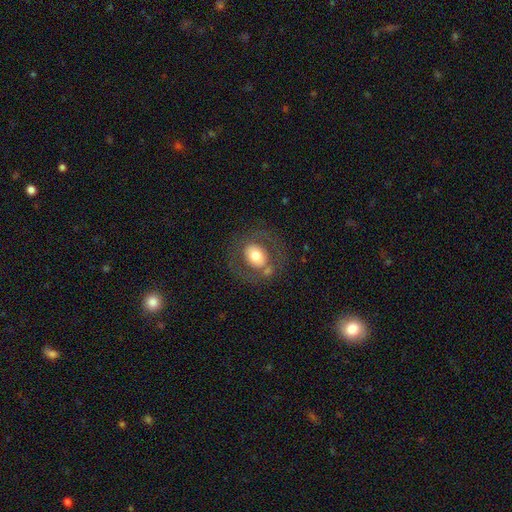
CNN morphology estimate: Q: Smooth or featured?
A: smooth (53%); runner-up: featured or disk (39%)
Q: How rounded?
A: round (52%); runner-up: in between (47%)
Q: Merging?
A: none (69%); runner-up: minor disturbance (14%)